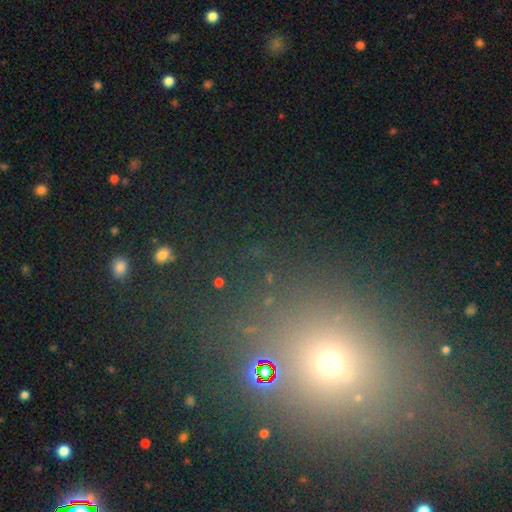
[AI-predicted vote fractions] star or artifact 57%, smooth 34%, featured or disk 10%.